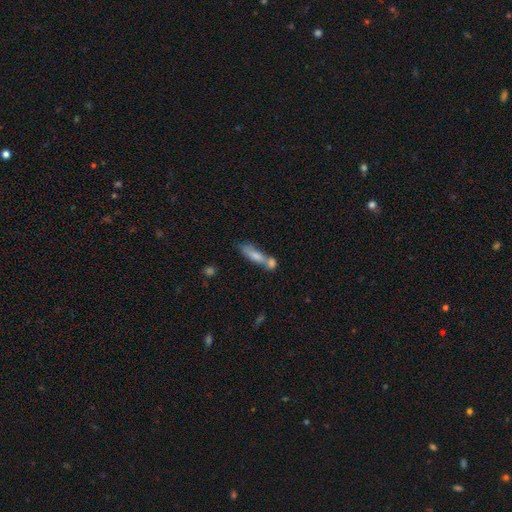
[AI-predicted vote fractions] smooth 69%, featured or disk 24%, star or artifact 7%. Down the decision tree: how rounded — cigar-shaped (57%); merging — merger (54%).